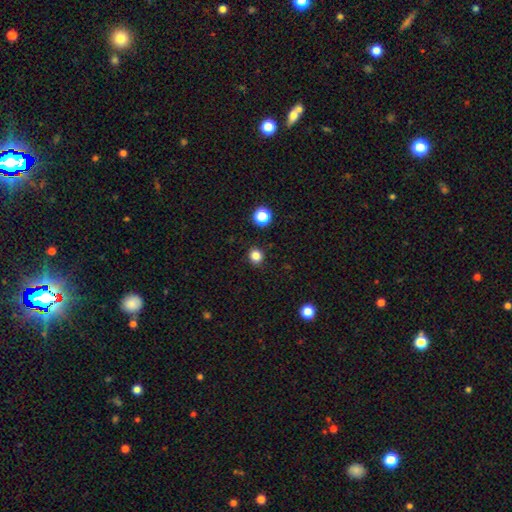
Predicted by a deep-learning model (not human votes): Morphology: type=smooth (84%); roundness=round (86%); merging=none (90%).